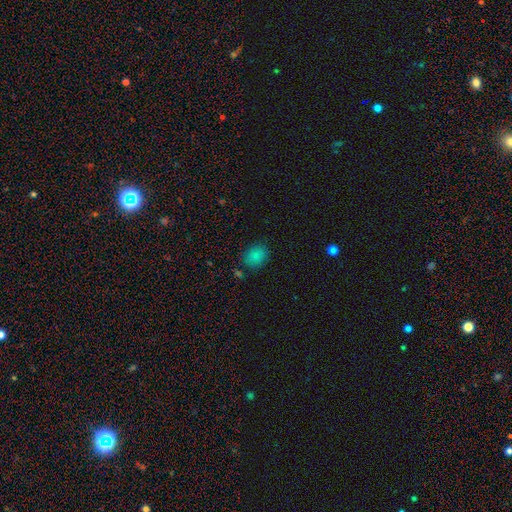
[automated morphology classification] Smooth or featured? Predicted: smooth (p=0.76). How rounded? Predicted: in between (p=0.51). Merging? Predicted: none (p=0.81).